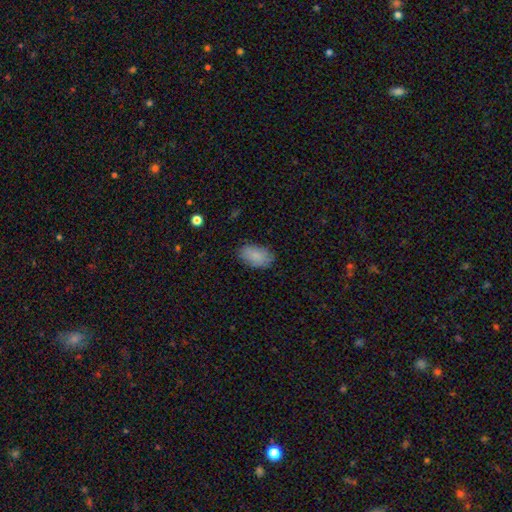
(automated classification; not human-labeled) A smooth galaxy with no disk features (85%) that is in between round and cigar-shaped (93%). Merging: none (80%).